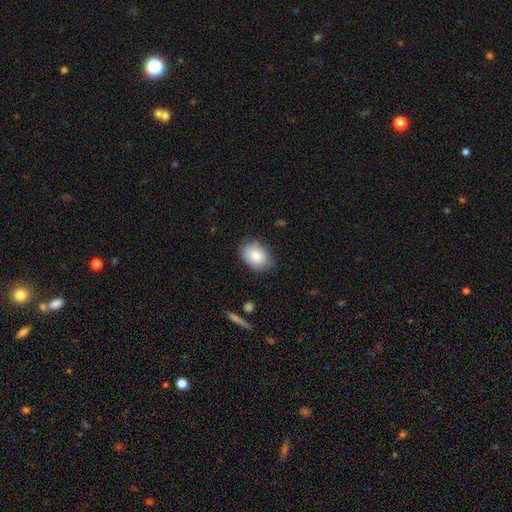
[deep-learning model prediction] A smooth galaxy with no disk features (83%) that is in between round and cigar-shaped (73%). Merging: none (74%).